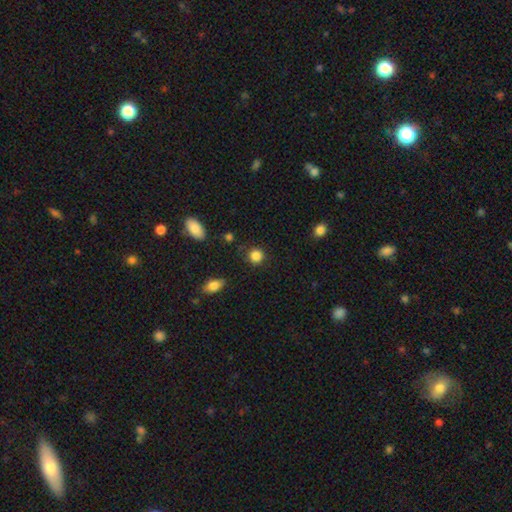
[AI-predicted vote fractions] Smooth or featured? Predicted: smooth (p=0.86). How rounded? Predicted: round (p=0.88). Merging? Predicted: none (p=0.84).